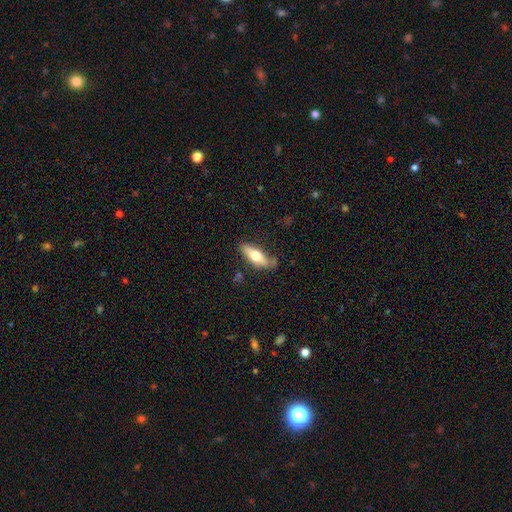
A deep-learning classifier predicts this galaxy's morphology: smooth_or_featured: smooth (p=0.59) [alt: featured or disk p=0.35]
how_rounded: in between (p=0.56) [alt: cigar-shaped p=0.41]
merging: none (p=0.66) [alt: minor disturbance p=0.24]